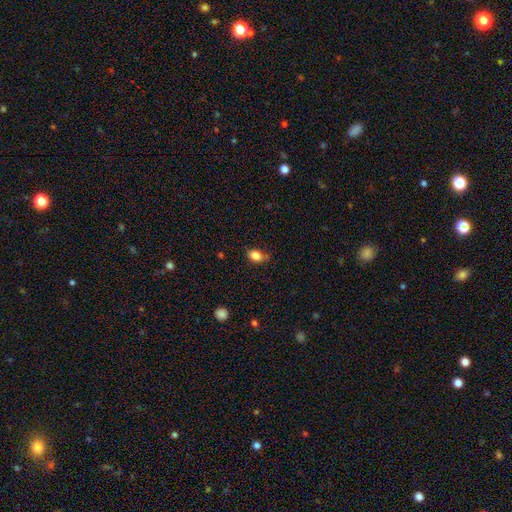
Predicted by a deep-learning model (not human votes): This appears to be a smooth galaxy with no disk features (85%) that is in between round and cigar-shaped (75%). Merging: none (67%).